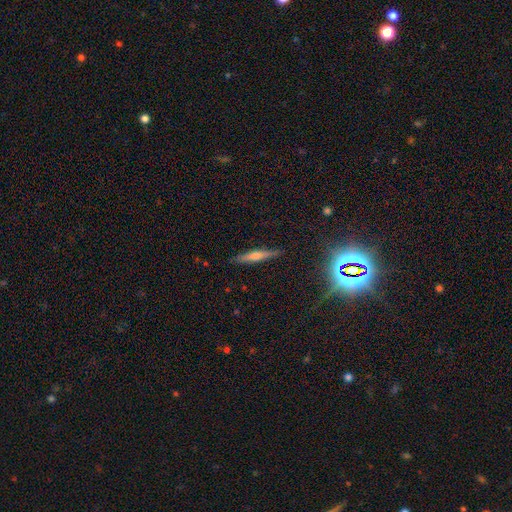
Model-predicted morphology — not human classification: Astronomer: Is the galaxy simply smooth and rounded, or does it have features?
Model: featured or disk — 50% (runner-up: smooth, 40%).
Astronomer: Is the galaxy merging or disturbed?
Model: none — 87%.